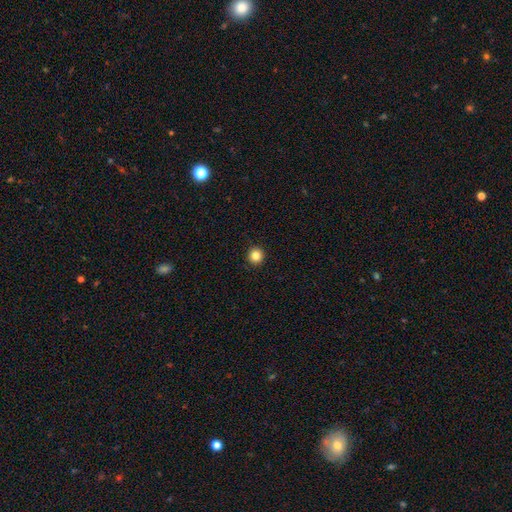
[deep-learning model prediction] This appears to be a smooth galaxy with no disk features (85%) that is round (95%). Merging: none (94%).